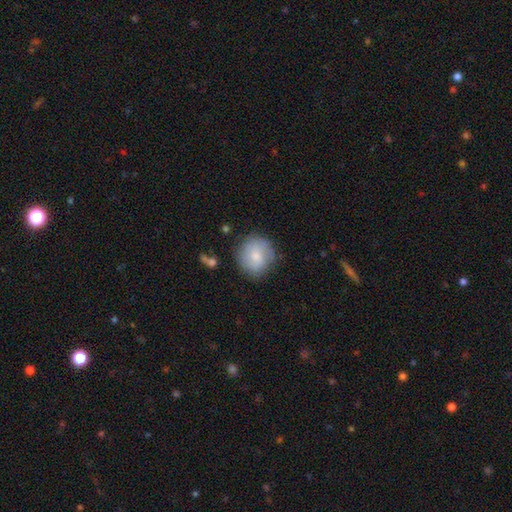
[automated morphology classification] smooth 66%, featured or disk 27%, star or artifact 7%. Down the decision tree: how rounded — round (85%); merging — none (75%).